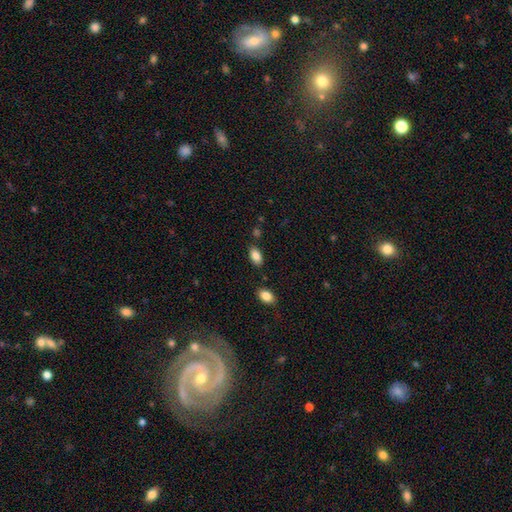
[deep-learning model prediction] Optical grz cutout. It shows a smooth galaxy with no disk features (87%) that is in between round and cigar-shaped (92%). Merging: none (81%).